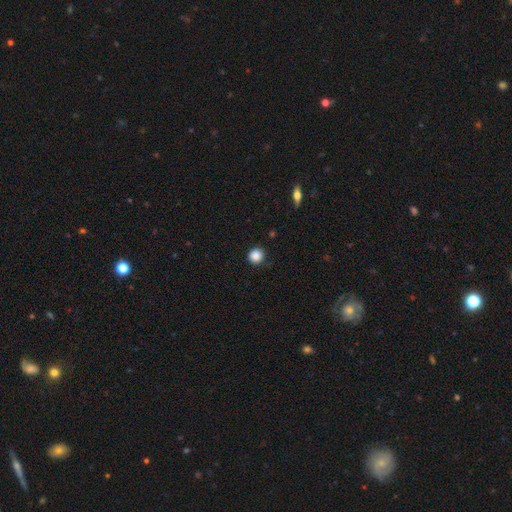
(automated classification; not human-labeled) This is clearly a smooth galaxy (87%). How rounded: clearly round (93%). Merging: clearly none (88%).